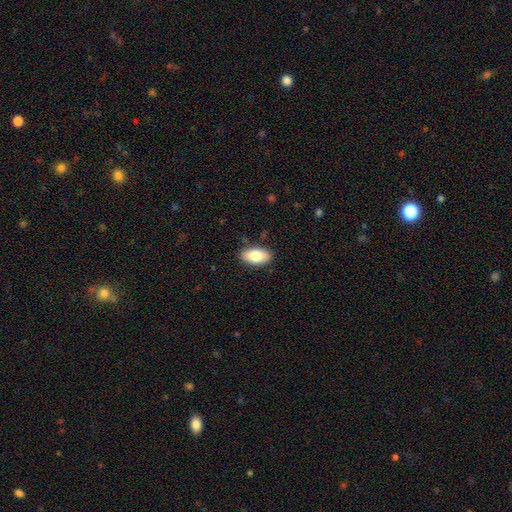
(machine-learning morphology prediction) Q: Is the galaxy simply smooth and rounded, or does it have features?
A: smooth — 80%.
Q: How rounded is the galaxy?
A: in between — 93%.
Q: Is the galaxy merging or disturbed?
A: none — 87%.